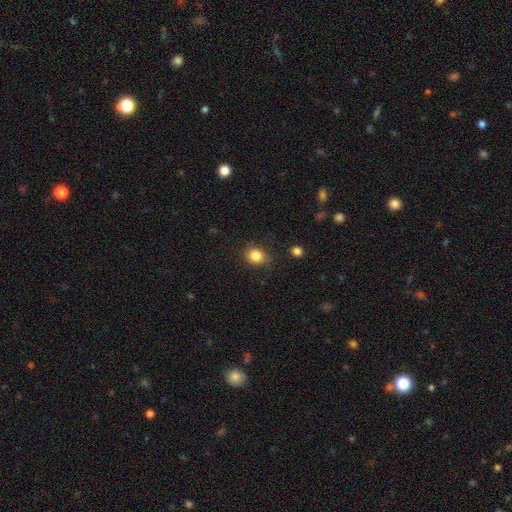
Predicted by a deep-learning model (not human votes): Overall: smooth (84%). How rounded: round (72%). Merging: none (78%).